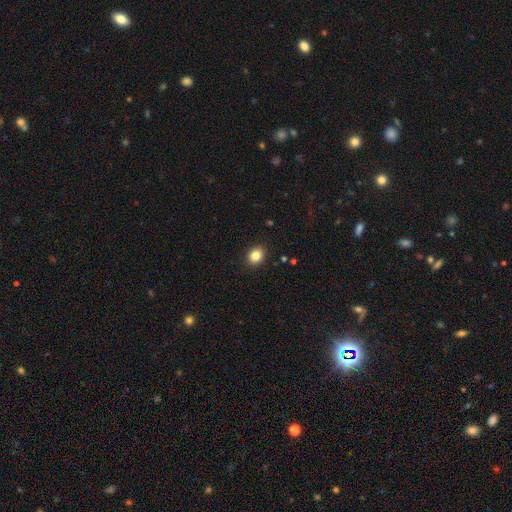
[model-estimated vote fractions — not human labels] Overall: smooth (84%). How rounded: round (63%; in between 36%). Merging: none (90%).